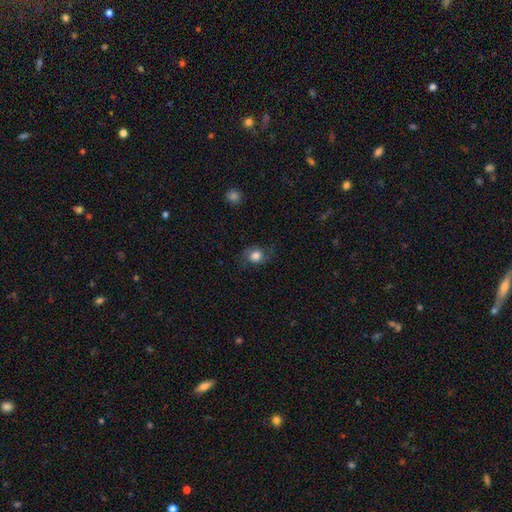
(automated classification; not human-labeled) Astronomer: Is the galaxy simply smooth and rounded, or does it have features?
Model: smooth — 64%.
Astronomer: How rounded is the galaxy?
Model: round — 65%.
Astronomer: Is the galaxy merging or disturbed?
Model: none — 68%.